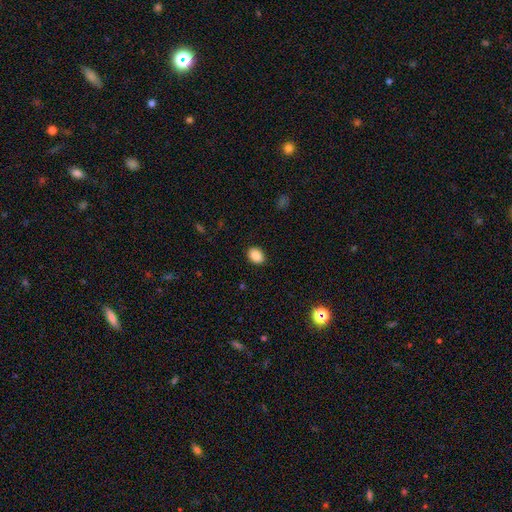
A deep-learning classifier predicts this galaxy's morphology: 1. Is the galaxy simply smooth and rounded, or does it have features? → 89% smooth, 8% star or artifact, 3% featured or disk.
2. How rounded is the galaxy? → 71% in between, 28% round, 1% cigar-shaped.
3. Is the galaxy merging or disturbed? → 89% none, 8% minor disturbance, 2% major disturbance, 1% merger.